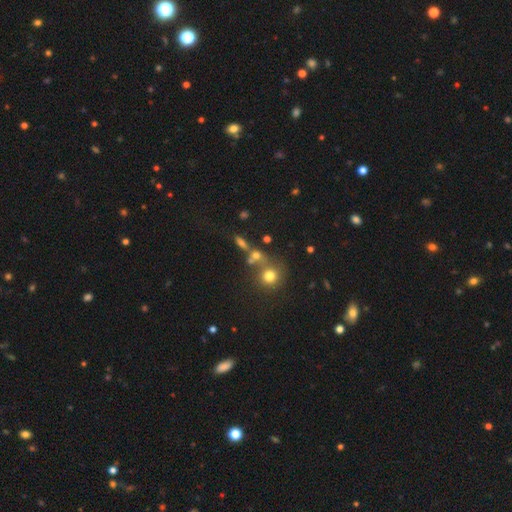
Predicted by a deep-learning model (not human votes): Smooth or featured?
  - smooth: 62% *
  - star or artifact: 20%
  - featured or disk: 18%
How rounded?
  - round: 60% *
  - in between: 30%
  - cigar-shaped: 10%
Merging?
  - none: 45% *
  - merger: 37%
  - minor disturbance: 11%
  - major disturbance: 7%